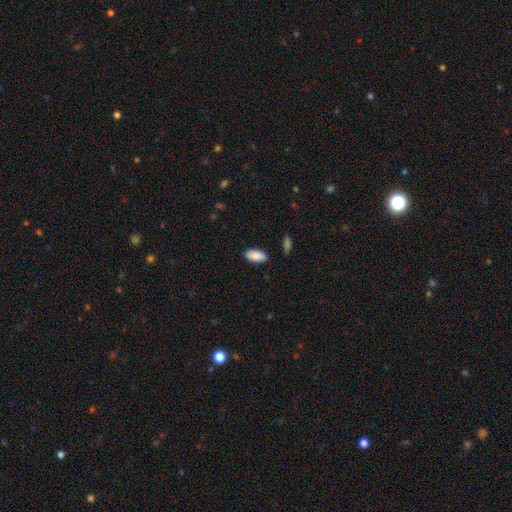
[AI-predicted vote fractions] This appears to be a smooth galaxy with no disk features (90%) that is in between round and cigar-shaped (91%). Merging: none (88%).